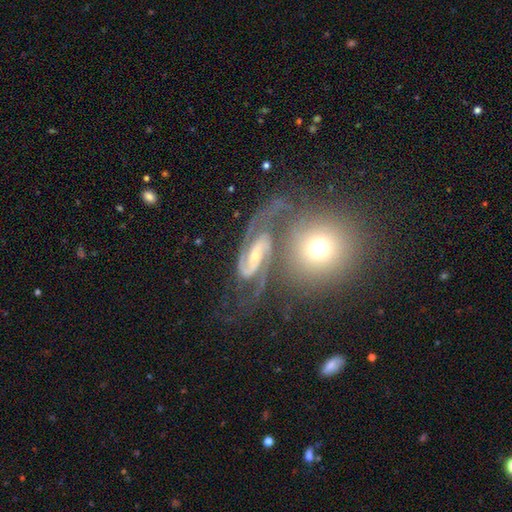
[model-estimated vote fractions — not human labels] Overall: featured or disk (90%). Edge-on disk: no (96%). Bar: weak (36%; strong 35%). Spiral arms: yes (98%). Spiral arm count: 2 (89%). Spiral winding: medium (53%; tight 29%). Bulge size: small (60%; moderate 34%). Merging: none (46%; merger 23%).